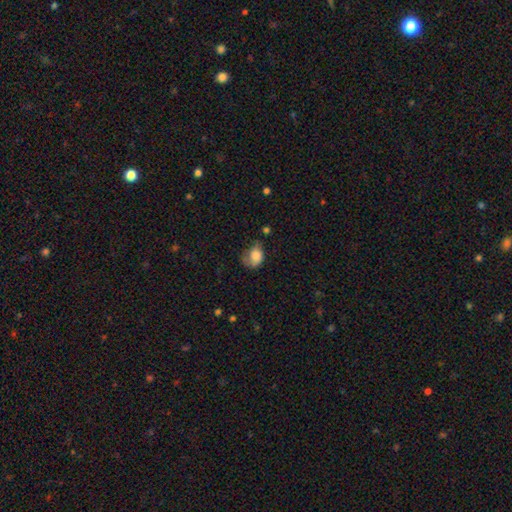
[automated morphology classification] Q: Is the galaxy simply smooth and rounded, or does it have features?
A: smooth — 71%.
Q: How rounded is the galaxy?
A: in between — 60%.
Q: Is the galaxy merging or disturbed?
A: minor disturbance — 35%.